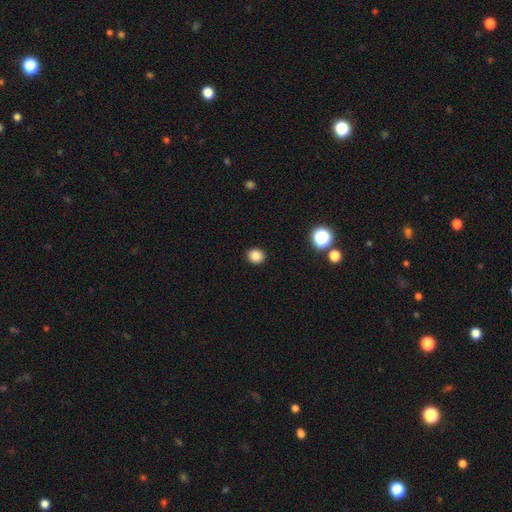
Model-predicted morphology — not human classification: Smooth or featured? Predicted: smooth (p=0.85). How rounded? Predicted: round (p=0.78). Merging? Predicted: none (p=0.92).